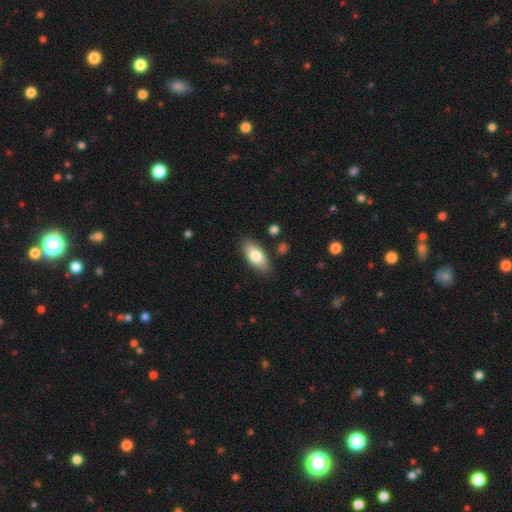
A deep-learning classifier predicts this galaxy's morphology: Q: Smooth or featured?
A: smooth (79%); runner-up: featured or disk (15%)
Q: How rounded?
A: in between (87%); runner-up: cigar-shaped (10%)
Q: Merging?
A: none (85%); runner-up: minor disturbance (11%)